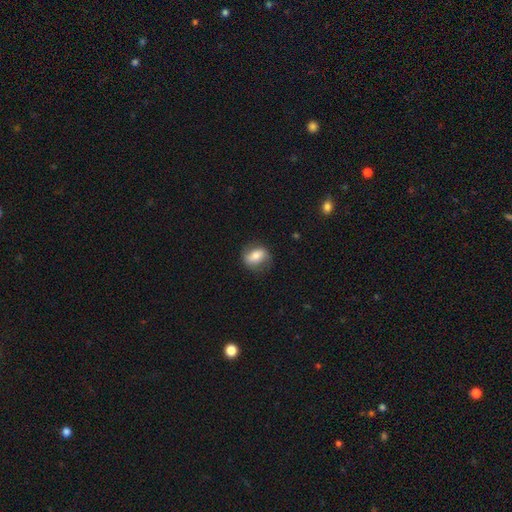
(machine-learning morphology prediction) smooth_or_featured: smooth (p=0.57) [alt: featured or disk p=0.35]
how_rounded: in between (p=0.63) [alt: round p=0.34]
merging: none (p=0.73) [alt: minor disturbance p=0.18]